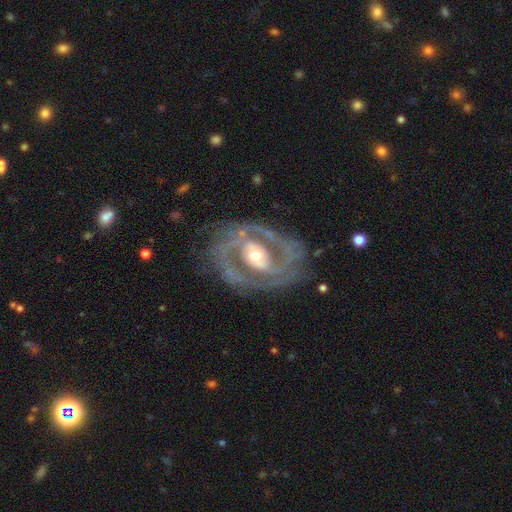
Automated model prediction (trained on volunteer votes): Smooth or featured? featured or disk (87%)
Edge-on disk? no (96%)
Bar? no (37%)
Spiral arms? yes (84%)
Spiral winding? tight (46%)
Spiral arm count? 2 (73%)
Bulge size? moderate (68%)
Merging? none (72%)